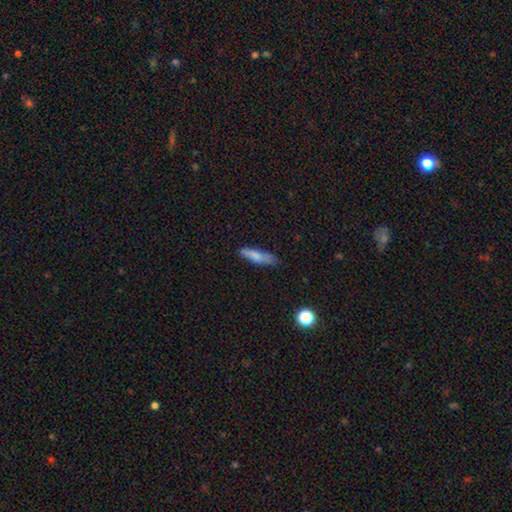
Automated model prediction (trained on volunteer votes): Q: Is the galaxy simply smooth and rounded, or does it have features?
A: smooth — 76%.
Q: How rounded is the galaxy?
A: cigar-shaped — 69%.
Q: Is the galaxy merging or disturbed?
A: none — 69%.